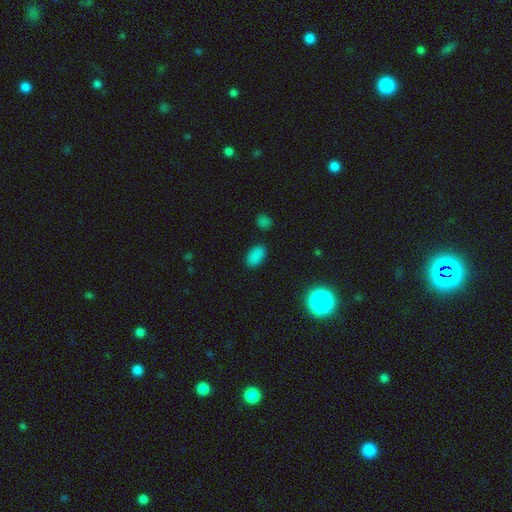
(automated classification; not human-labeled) smooth-or-featured: smooth: 81% | star or artifact: 15% | featured or disk: 4%
  how-rounded: in between: 92% | round: 6% | cigar-shaped: 2%
  merging: none: 84% | minor disturbance: 10% | major disturbance: 3% | merger: 2%